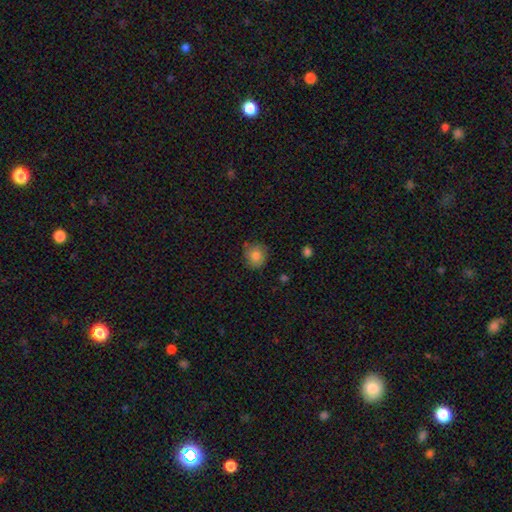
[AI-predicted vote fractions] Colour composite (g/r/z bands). It shows a smooth galaxy with no disk features (83%) that is round (85%). Merging: none (77%).